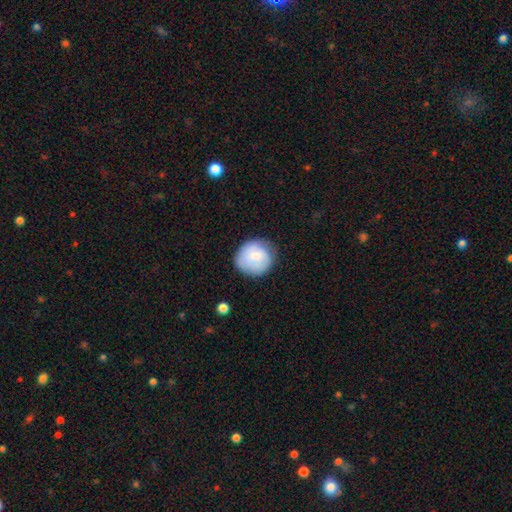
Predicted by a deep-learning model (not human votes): This appears to be a smooth galaxy with no disk features (75%) that is round (86%). Merging: none (67%).